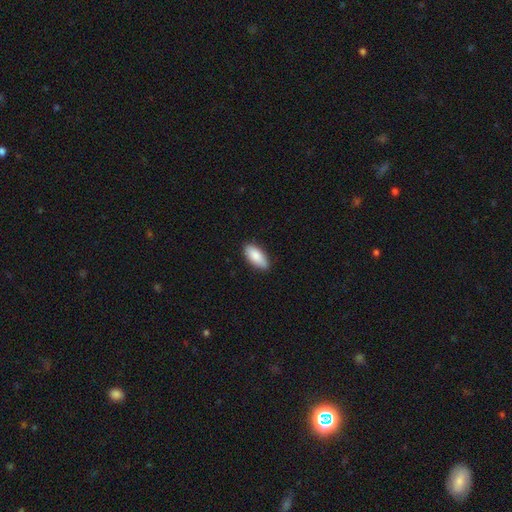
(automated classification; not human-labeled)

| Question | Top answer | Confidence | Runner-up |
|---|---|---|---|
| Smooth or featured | smooth | 86% | featured or disk (8%) |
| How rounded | in between | 86% | cigar-shaped (12%) |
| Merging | none | 85% | minor disturbance (12%) |